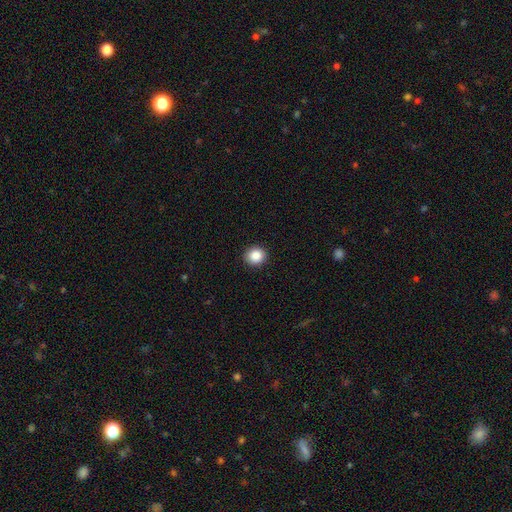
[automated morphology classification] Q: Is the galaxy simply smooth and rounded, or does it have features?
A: smooth — 87%.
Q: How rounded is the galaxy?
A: round — 86%.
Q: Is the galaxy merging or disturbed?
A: none — 92%.